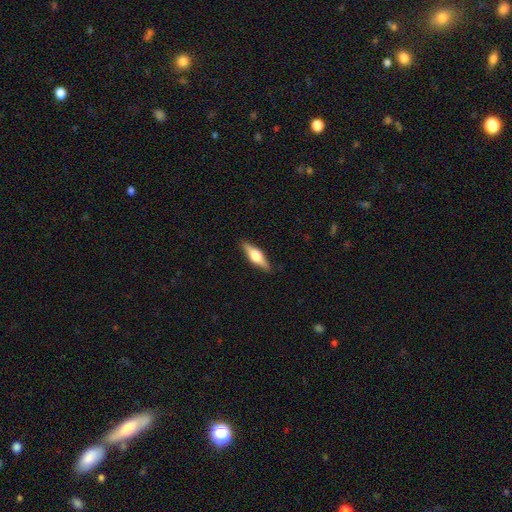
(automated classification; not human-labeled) Q: Smooth or featured?
A: featured or disk (62%); runner-up: smooth (32%)
Q: Edge-on disk?
A: yes (96%); runner-up: no (4%)
Q: Edge-on bulge?
A: rounded (94%); runner-up: boxy (5%)
Q: Merging?
A: none (89%); runner-up: minor disturbance (8%)